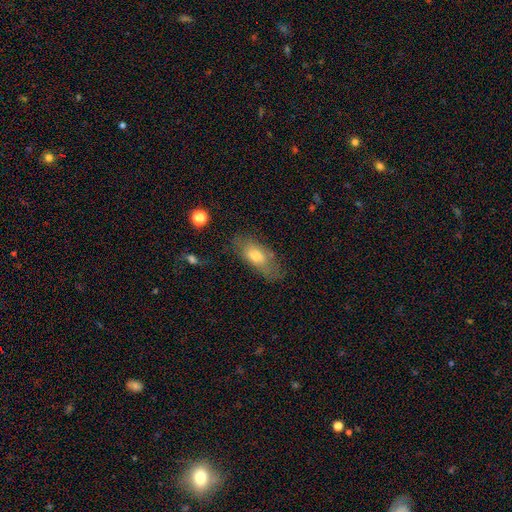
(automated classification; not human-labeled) Smooth or featured: smooth — 67% (featured or disk — 25%)
How rounded: in between — 78% (cigar-shaped — 18%)
Merging: none — 63% (minor disturbance — 25%)